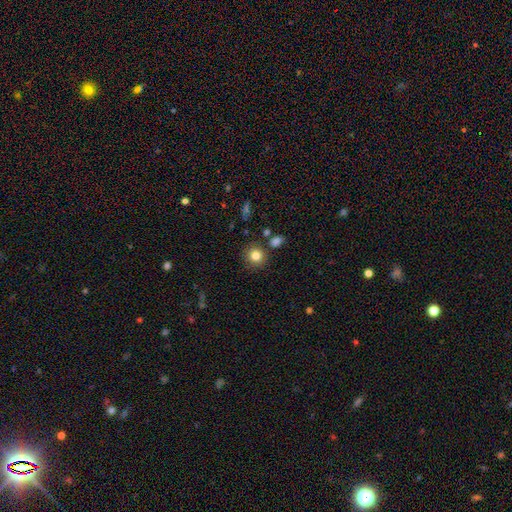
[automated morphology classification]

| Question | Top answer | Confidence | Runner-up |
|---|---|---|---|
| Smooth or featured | smooth | 83% | star or artifact (11%) |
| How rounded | round | 90% | in between (10%) |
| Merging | none | 84% | minor disturbance (9%) |